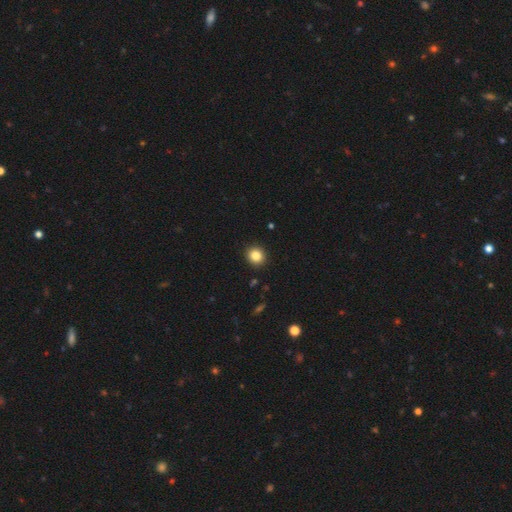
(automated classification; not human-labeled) This appears to be a smooth galaxy with no disk features (85%) that is round (82%). Merging: none (92%).